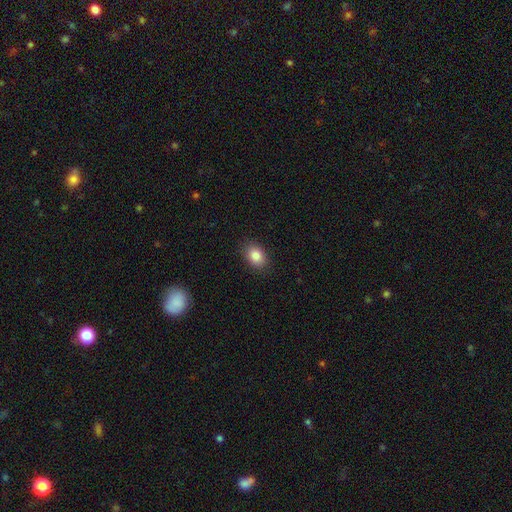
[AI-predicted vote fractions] This appears to be a smooth galaxy with no disk features (85%) that is in between round and cigar-shaped (75%). Merging: none (88%).